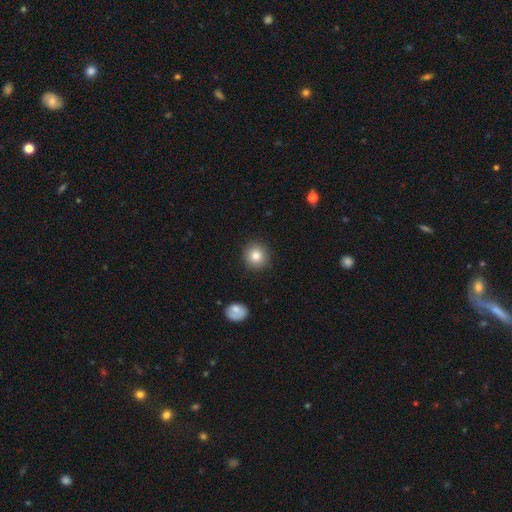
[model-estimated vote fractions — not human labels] Morphology: type=smooth (82%); roundness=round (91%); merging=none (90%).